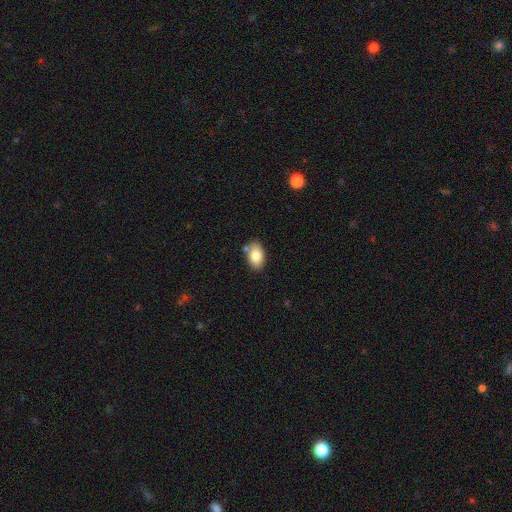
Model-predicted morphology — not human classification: A smooth galaxy with no disk features (82%) that is in between round and cigar-shaped (89%).

Vote fractions:
- Smooth or featured? smooth: 82% / featured or disk: 11% / star or artifact: 7%
- How rounded? in between: 89% / round: 9% / cigar-shaped: 1%
- Merging? none: 74% / minor disturbance: 15% / merger: 8% / major disturbance: 3%